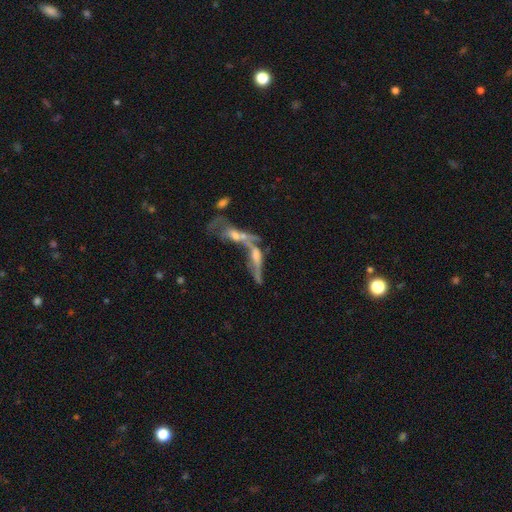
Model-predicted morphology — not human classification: Smooth or featured: featured or disk — 62% (smooth — 26%)
Edge-on disk: no — 51% (yes — 49%)
Merging: merger — 62% (none — 17%)